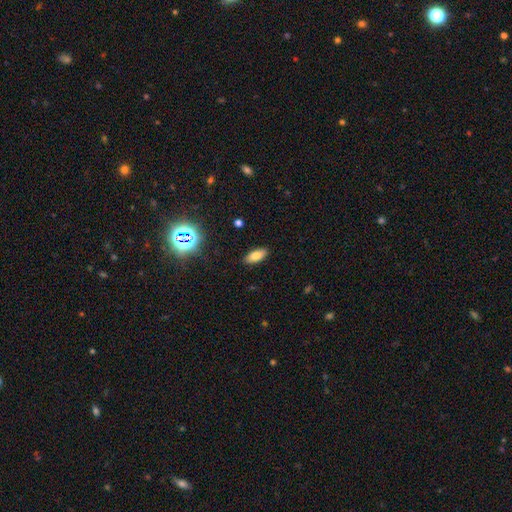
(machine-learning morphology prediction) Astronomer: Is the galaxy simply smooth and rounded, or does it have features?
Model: smooth — 76%.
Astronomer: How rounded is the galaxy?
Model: in between — 84%.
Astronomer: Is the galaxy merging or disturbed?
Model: none — 88%.